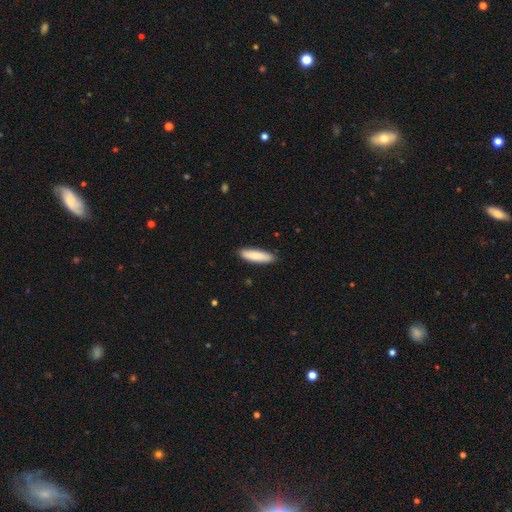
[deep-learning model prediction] smooth 83%, featured or disk 11%, star or artifact 5%. Down the decision tree: how rounded — cigar-shaped (63%); merging — none (89%).